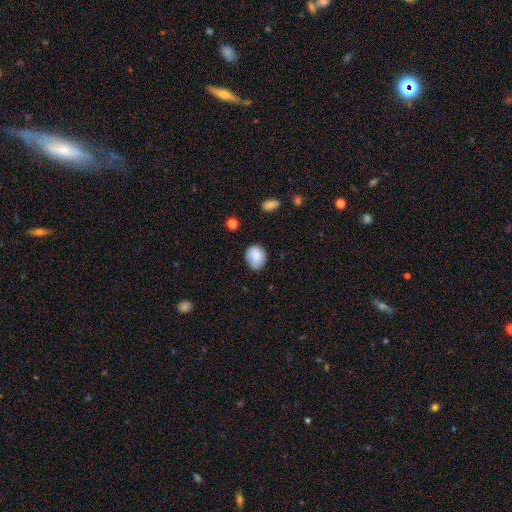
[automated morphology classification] Smooth or featured?
  - smooth: 84% *
  - featured or disk: 8%
  - star or artifact: 8%
How rounded?
  - round: 52% *
  - in between: 47%
  - cigar-shaped: 1%
Merging?
  - none: 75% *
  - minor disturbance: 20%
  - major disturbance: 4%
  - merger: 2%